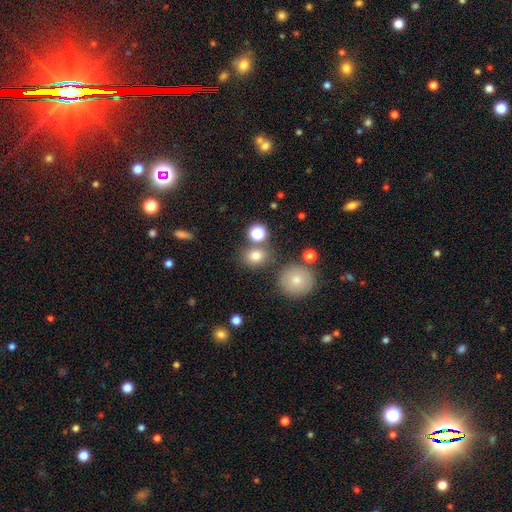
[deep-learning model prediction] smooth 76%, star or artifact 15%, featured or disk 9%. Down the decision tree: how rounded — round (68%); merging — none (73%).